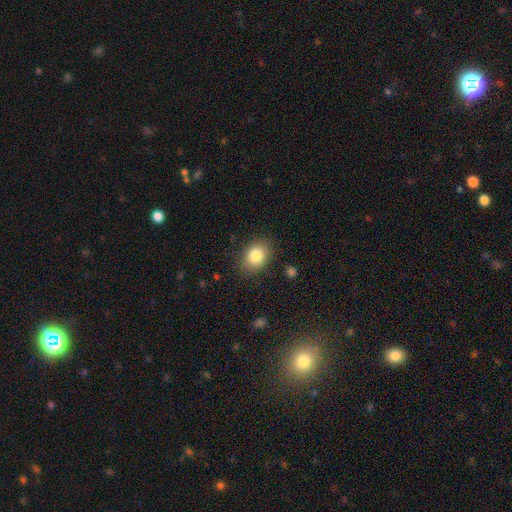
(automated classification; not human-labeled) Smooth or featured: smooth — 83% (star or artifact — 9%)
How rounded: in between — 65% (round — 34%)
Merging: none — 84% (minor disturbance — 12%)